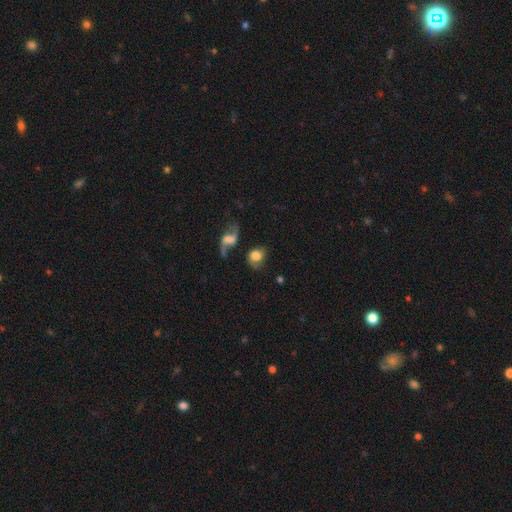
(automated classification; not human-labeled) smooth-or-featured: smooth: 66% | featured or disk: 25% | star or artifact: 9%
  how-rounded: round: 57% | in between: 42% | cigar-shaped: 2%
  merging: none: 52% | minor disturbance: 22% | major disturbance: 13% | merger: 12%